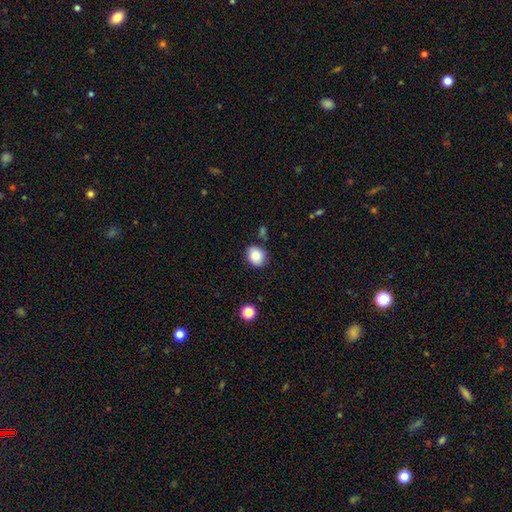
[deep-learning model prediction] Smooth or featured? smooth (84%)
How rounded? round (54%)
Merging? none (78%)